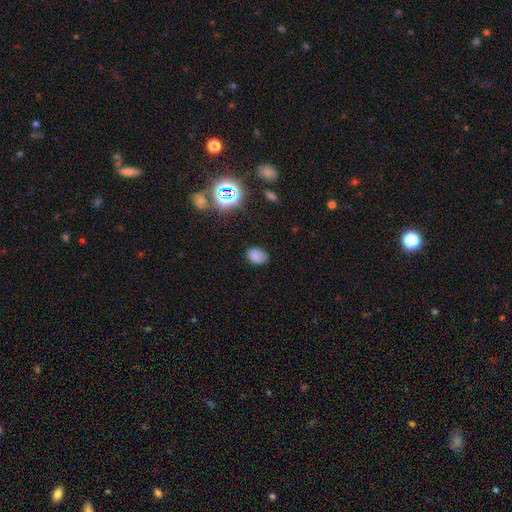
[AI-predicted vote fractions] A smooth galaxy with no disk features (75%) that is in between round and cigar-shaped (80%). Merging: none (72%).